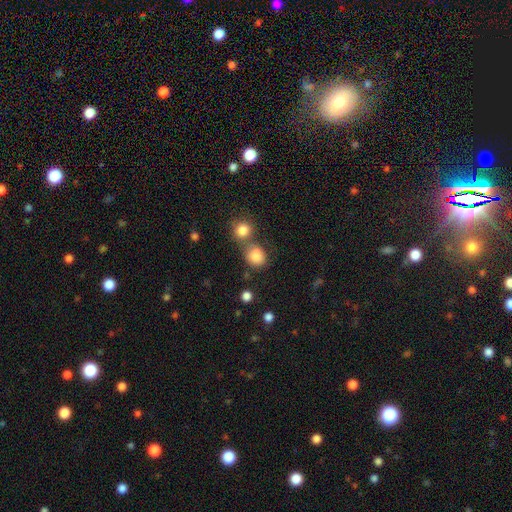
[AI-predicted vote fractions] smooth_or_featured: smooth (p=0.84) [alt: star or artifact p=0.10]
how_rounded: round (p=0.72) [alt: in between p=0.27]
merging: none (p=0.51) [alt: merger p=0.32]